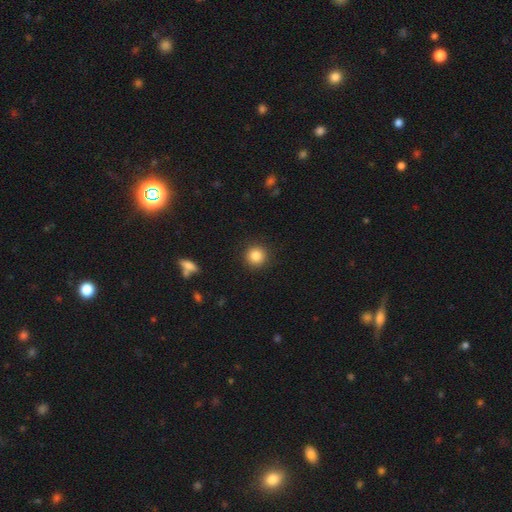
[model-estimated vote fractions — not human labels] Smooth or featured? smooth (85%)
How rounded? round (94%)
Merging? none (91%)